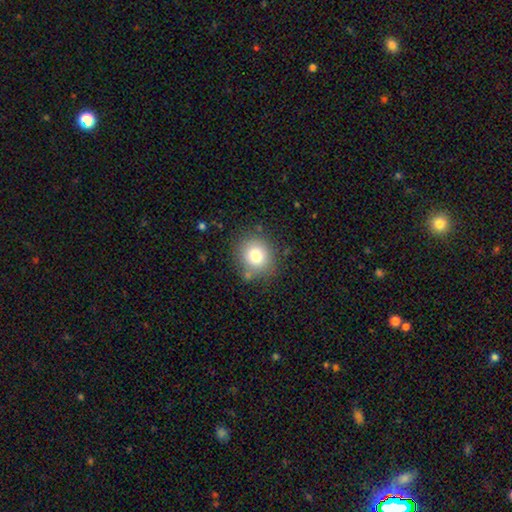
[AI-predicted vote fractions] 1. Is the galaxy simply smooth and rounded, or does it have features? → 78% smooth, 12% star or artifact, 10% featured or disk.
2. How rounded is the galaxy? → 86% round, 13% in between, 1% cigar-shaped.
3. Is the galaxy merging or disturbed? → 82% none, 11% minor disturbance, 4% major disturbance, 4% merger.